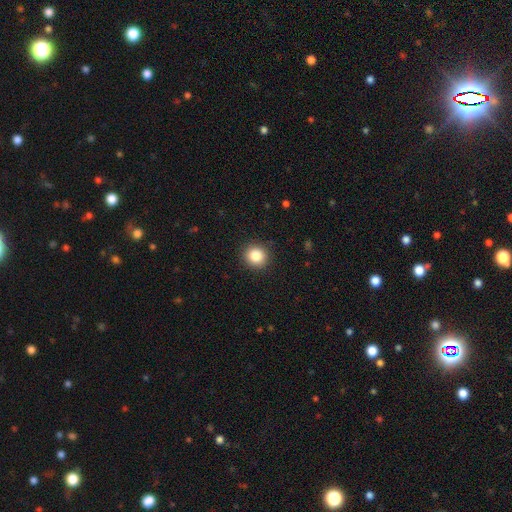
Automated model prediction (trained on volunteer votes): Overall: smooth (85%). How rounded: round (90%). Merging: none (91%).